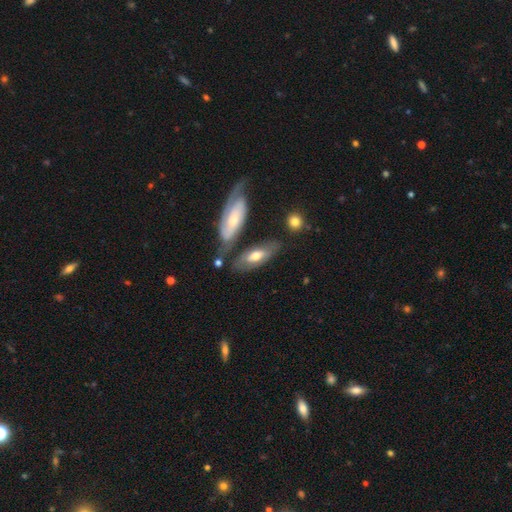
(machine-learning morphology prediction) Q: Smooth or featured?
A: smooth (50%); runner-up: featured or disk (44%)
Q: How rounded?
A: in between (74%); runner-up: cigar-shaped (24%)
Q: Merging?
A: none (54%); runner-up: merger (19%)